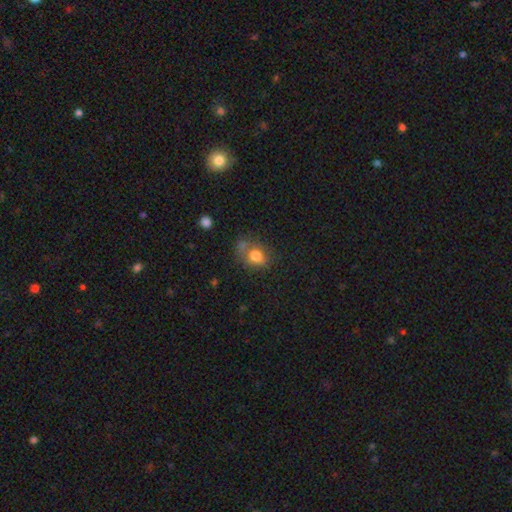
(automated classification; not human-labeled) Smooth or featured: smooth — 77% (featured or disk — 12%)
How rounded: in between — 51% (round — 47%)
Merging: none — 50% (minor disturbance — 23%)